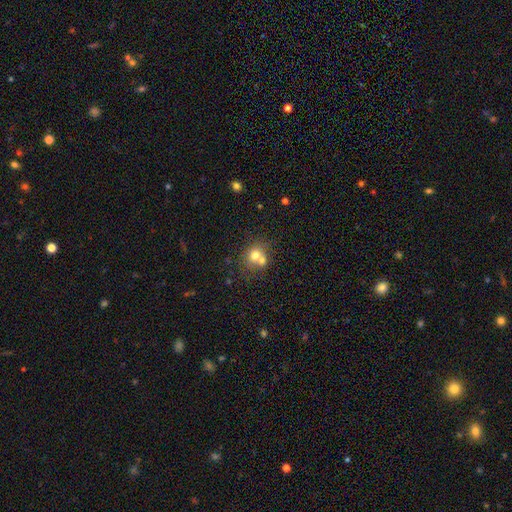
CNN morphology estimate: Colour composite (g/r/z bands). It shows a smooth galaxy with no disk features (70%) that is round (74%). Merging: merger (47%).